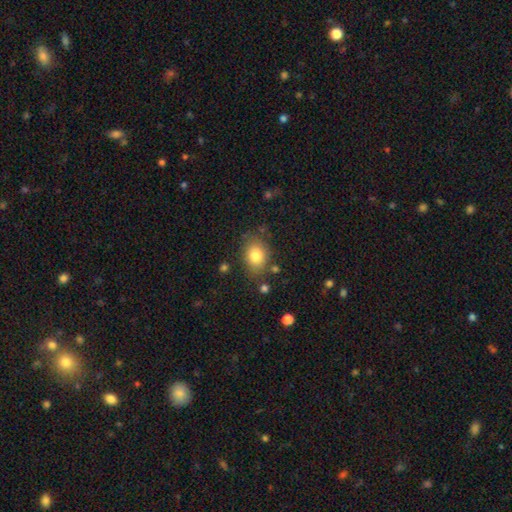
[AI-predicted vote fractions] Overall: smooth (81%). How rounded: in between (64%; round 35%). Merging: none (77%).